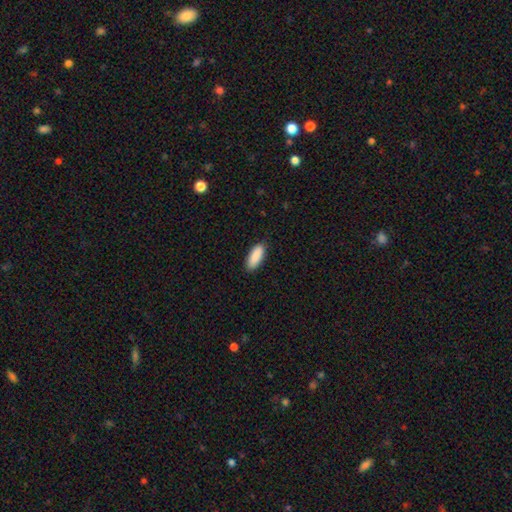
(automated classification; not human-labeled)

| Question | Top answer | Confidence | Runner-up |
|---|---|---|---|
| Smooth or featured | smooth | 91% | star or artifact (6%) |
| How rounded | in between | 79% | cigar-shaped (20%) |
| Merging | none | 87% | minor disturbance (10%) |